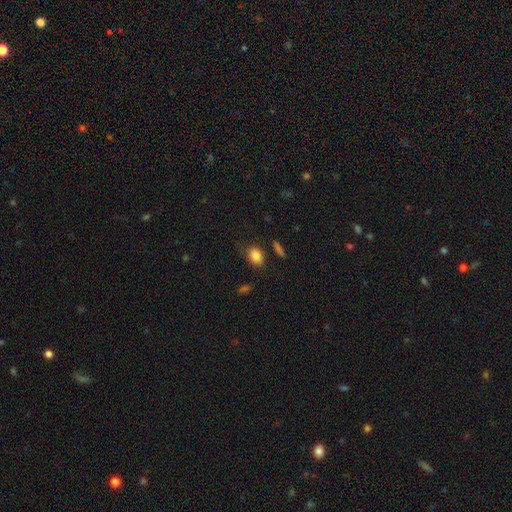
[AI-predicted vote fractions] smooth-or-featured: smooth: 84% | star or artifact: 9% | featured or disk: 7%
  how-rounded: in between: 72% | round: 26% | cigar-shaped: 2%
  merging: none: 75% | minor disturbance: 17% | major disturbance: 4% | merger: 3%